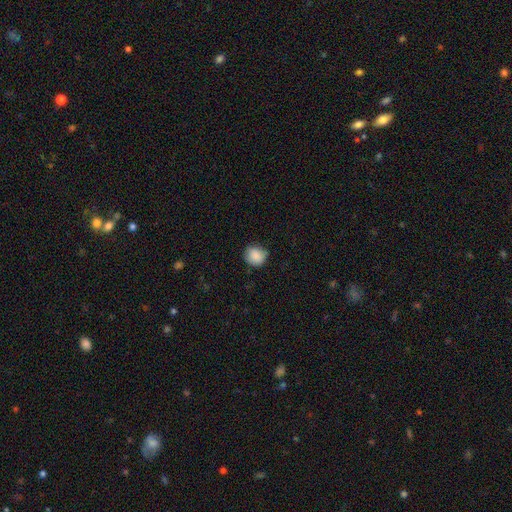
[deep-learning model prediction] This appears to be a smooth galaxy with no disk features (87%) that is round (79%). Merging: none (75%).